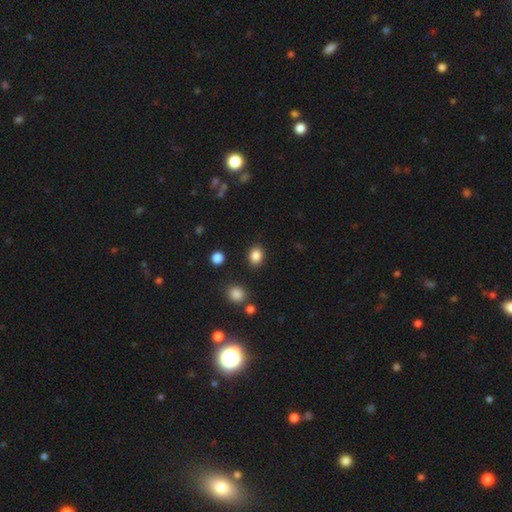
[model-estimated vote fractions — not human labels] Smooth or featured: smooth — 85% (star or artifact — 10%)
How rounded: in between — 53% (round — 47%)
Merging: none — 87% (minor disturbance — 8%)